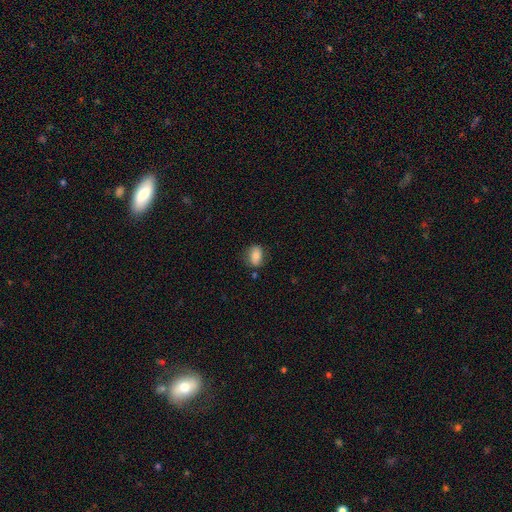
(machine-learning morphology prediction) This is likely a smooth galaxy (76%). How rounded: likely in between (72%). Merging: likely none (74%).